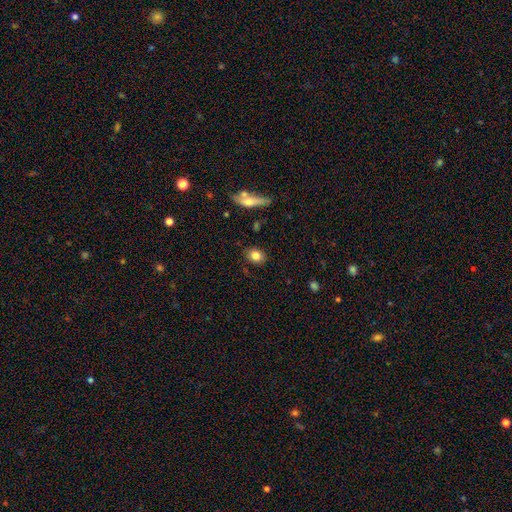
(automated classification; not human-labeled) A smooth galaxy with no disk features (81%) that is in between round and cigar-shaped (51%). Merging: none (85%).